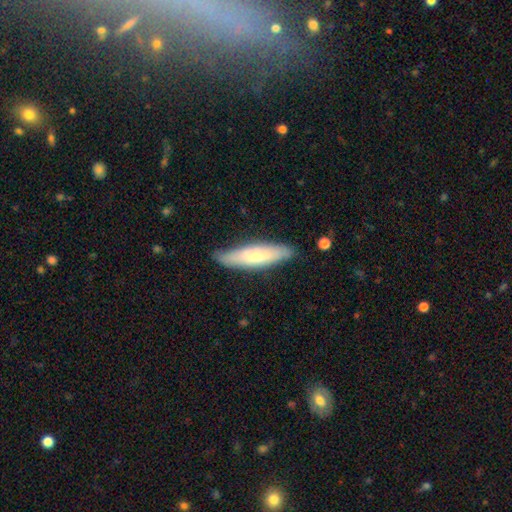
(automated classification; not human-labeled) A smooth galaxy with no disk features (66%) that is cigar-shaped (71%). Merging: none (81%).